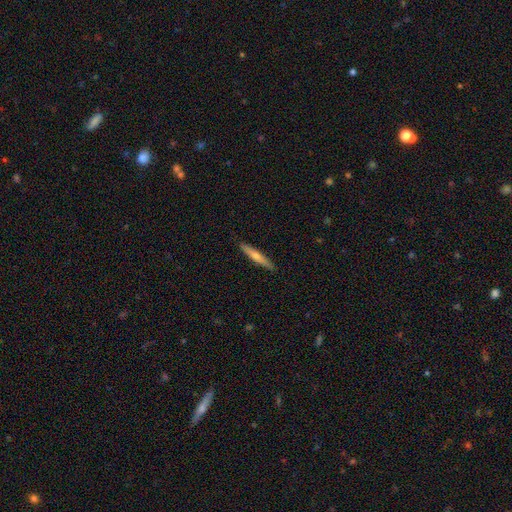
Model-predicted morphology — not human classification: Smooth or featured: smooth — 51% (featured or disk — 44%)
How rounded: cigar-shaped — 93% (in between — 5%)
Merging: none — 90% (minor disturbance — 7%)